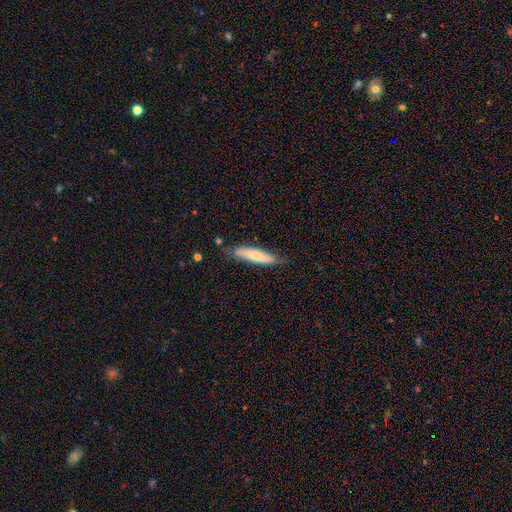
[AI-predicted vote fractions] Q: Smooth or featured?
A: smooth (71%); runner-up: featured or disk (23%)
Q: How rounded?
A: cigar-shaped (78%); runner-up: in between (20%)
Q: Merging?
A: none (73%); runner-up: minor disturbance (21%)